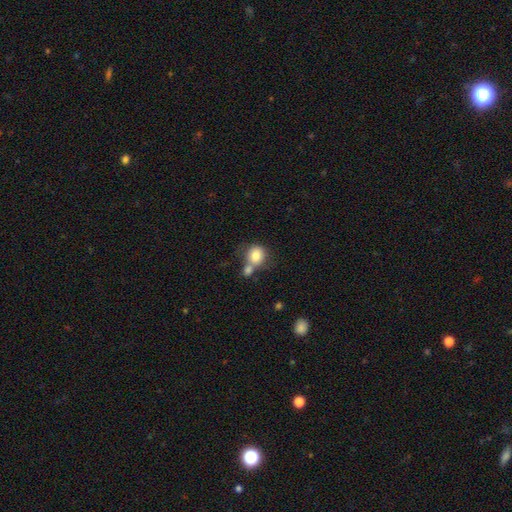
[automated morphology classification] type=smooth (79%); roundness=round (77%); merging=merger (42%).